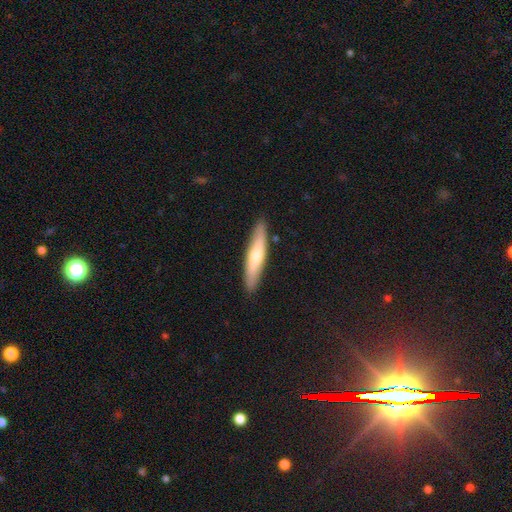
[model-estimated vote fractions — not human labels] Smooth or featured? smooth (60%)
How rounded? cigar-shaped (86%)
Merging? none (89%)